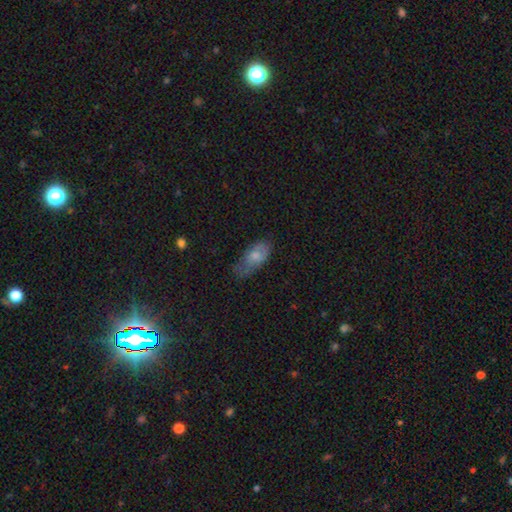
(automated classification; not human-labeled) smooth 69%, featured or disk 23%, star or artifact 8%. Down the decision tree: how rounded — in between (89%); merging — none (45%).